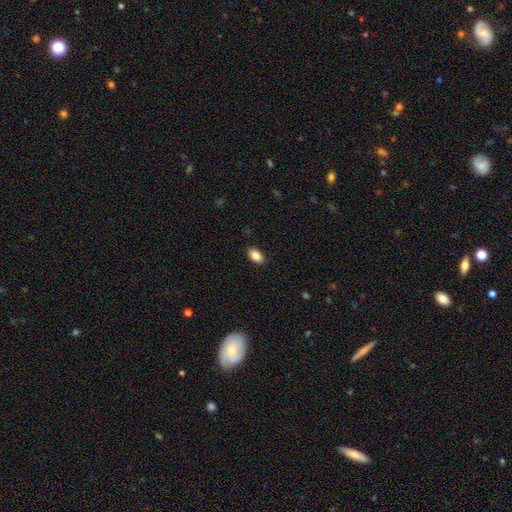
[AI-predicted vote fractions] Smooth or featured? smooth (85%)
How rounded? in between (91%)
Merging? none (88%)